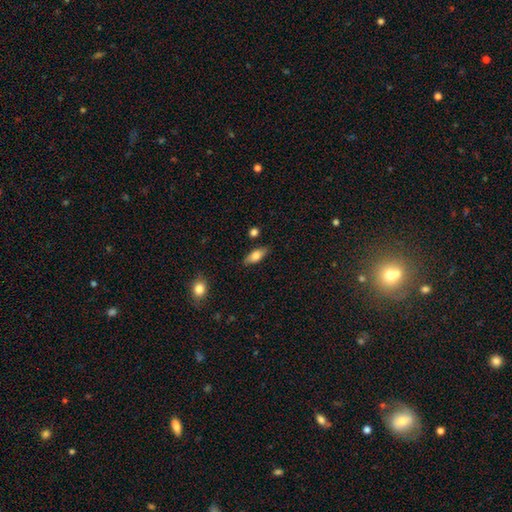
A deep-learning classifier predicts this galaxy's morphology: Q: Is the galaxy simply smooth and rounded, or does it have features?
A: smooth — 77%.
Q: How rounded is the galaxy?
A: in between — 82%.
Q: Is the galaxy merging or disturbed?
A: none — 83%.